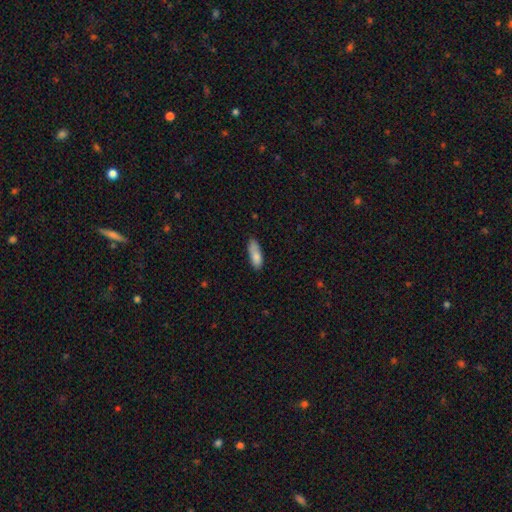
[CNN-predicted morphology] type=smooth (83%); roundness=in between (65%); merging=none (67%).